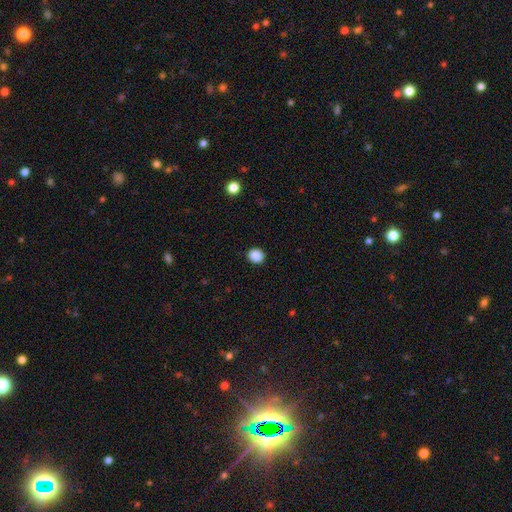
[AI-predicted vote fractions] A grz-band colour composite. It shows a smooth galaxy with no disk features (88%) that is round (87%). Merging: none (91%).